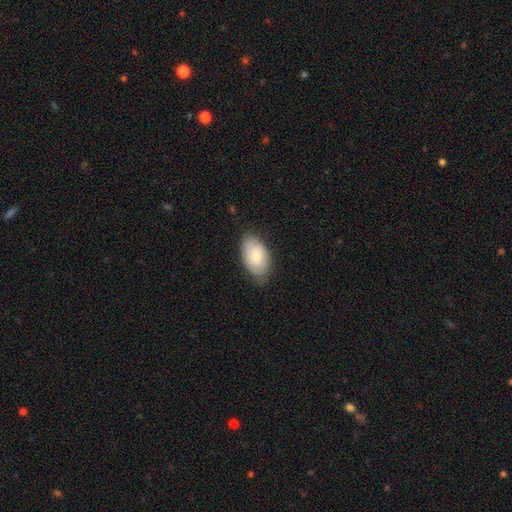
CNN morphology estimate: Overall: smooth (74%). How rounded: in between (94%). Merging: none (75%).